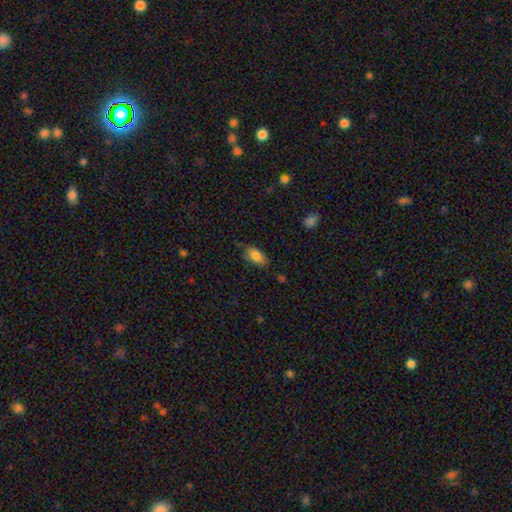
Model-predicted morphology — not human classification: A smooth galaxy with no disk features (83%) that is in between round and cigar-shaped (91%). Merging: none (73%).